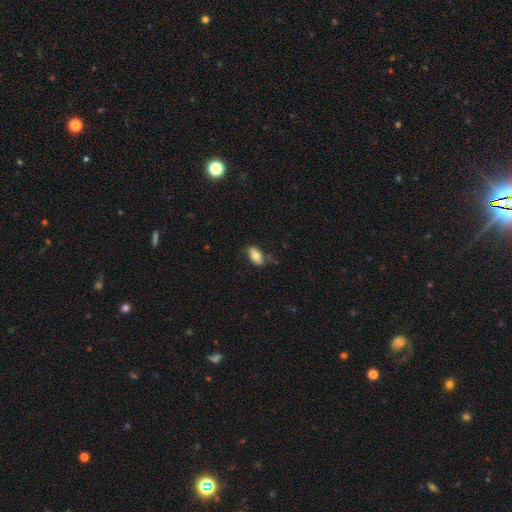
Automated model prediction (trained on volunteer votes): The model was most divided on "merging": none: 68%, minor disturbance: 23%, major disturbance: 6%, merger: 2%. More confident: how rounded — in between (91%); smooth or featured — smooth (70%).